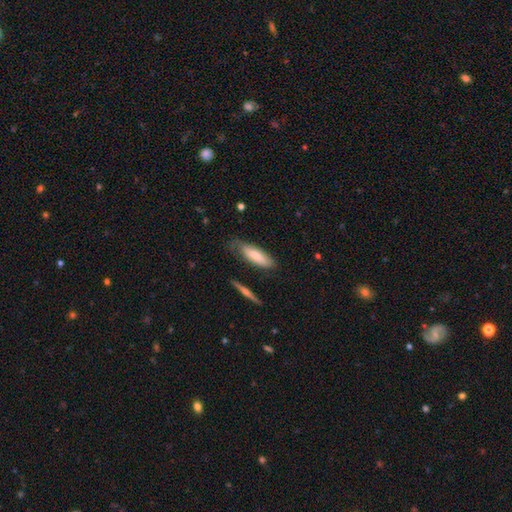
Smooth or featured? smooth (77%)
How rounded? in between (60%)
Merging? none (64%)